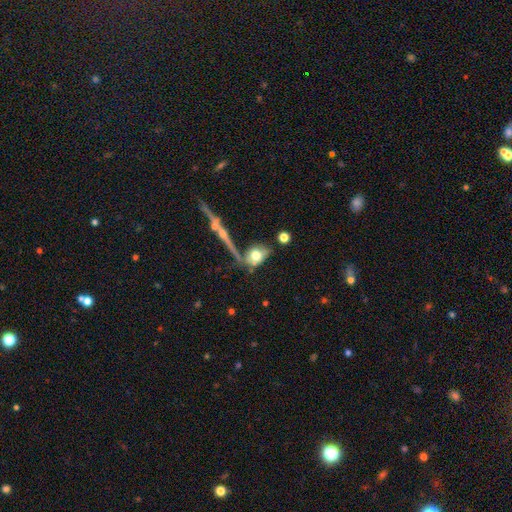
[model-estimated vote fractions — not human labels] Smooth or featured?
  - smooth: 58% *
  - featured or disk: 31%
  - star or artifact: 11%
How rounded?
  - in between: 56% *
  - round: 36%
  - cigar-shaped: 7%
Merging?
  - none: 47% *
  - minor disturbance: 21%
  - merger: 19%
  - major disturbance: 13%